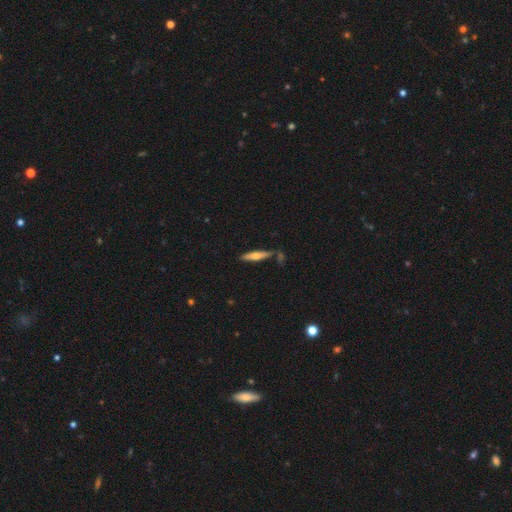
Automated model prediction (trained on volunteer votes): A smooth galaxy with no disk features (49%). Merging: none (78%).